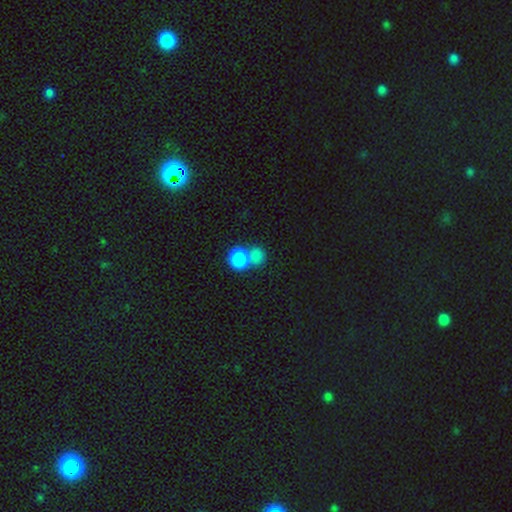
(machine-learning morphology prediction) A smooth galaxy with no disk features (80%) that is round (66%). Merging: merger (51%).